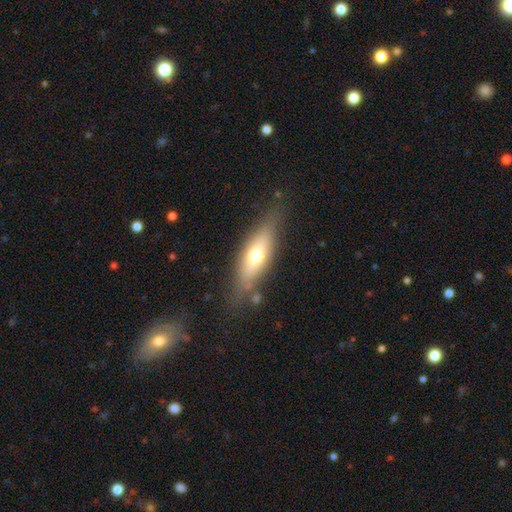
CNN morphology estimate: Smooth or featured? smooth (54%)
How rounded? cigar-shaped (50%)
Merging? none (76%)